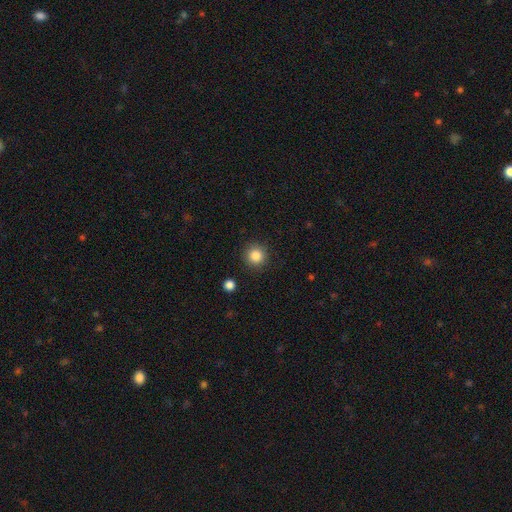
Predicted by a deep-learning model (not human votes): smooth_or_featured: smooth (p=0.85) [alt: star or artifact p=0.11]
how_rounded: round (p=0.95) [alt: in between p=0.05]
merging: none (p=0.90) [alt: minor disturbance p=0.06]